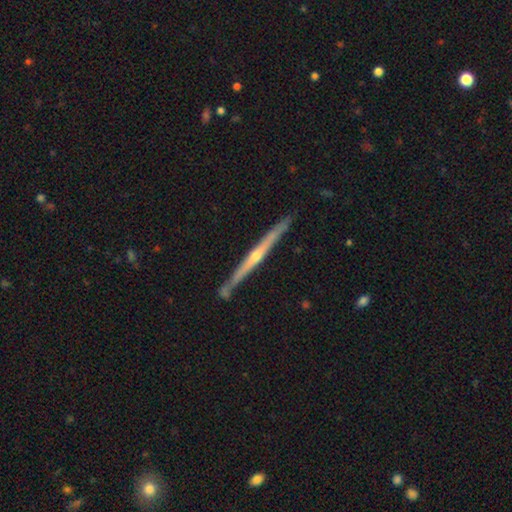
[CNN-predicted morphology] Smooth or featured? Predicted: featured or disk (p=0.80). Edge-on disk? Predicted: yes (p=0.98). Edge-on bulge? Predicted: rounded (p=0.76). Merging? Predicted: none (p=0.87).